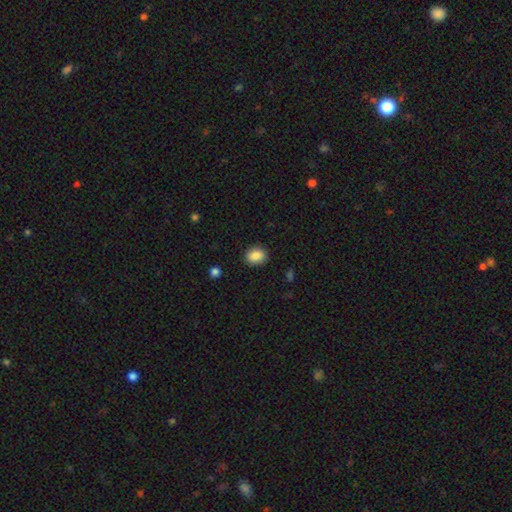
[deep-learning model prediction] A smooth galaxy with no disk features (88%) that is in between round and cigar-shaped (54%). Merging: none (87%).